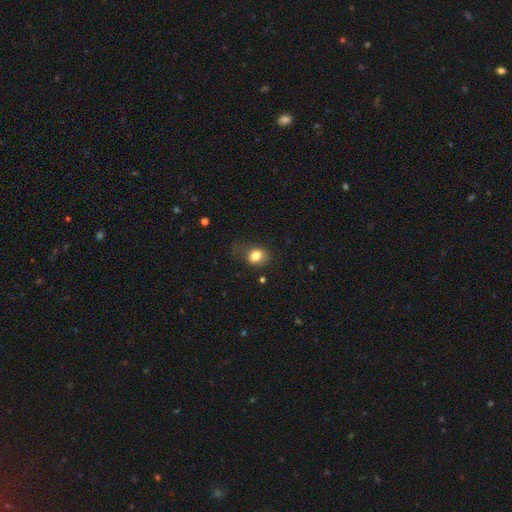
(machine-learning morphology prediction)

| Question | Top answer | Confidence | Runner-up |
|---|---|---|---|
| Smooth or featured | smooth | 80% | star or artifact (11%) |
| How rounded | round | 51% | in between (48%) |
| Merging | none | 57% | minor disturbance (27%) |